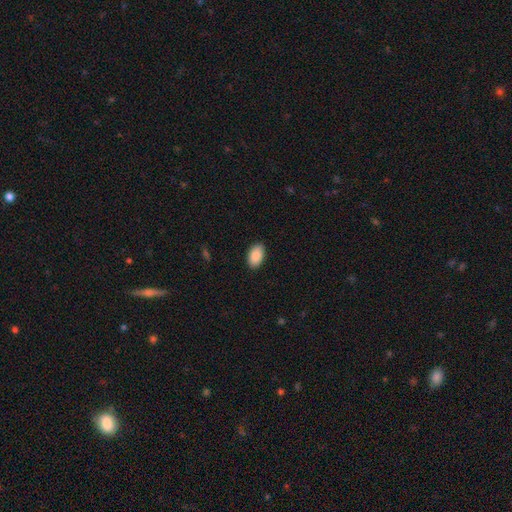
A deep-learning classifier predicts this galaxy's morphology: The model was most divided on "merging": none: 89%, minor disturbance: 8%, major disturbance: 2%, merger: 1%. More confident: how rounded — in between (94%); smooth or featured — smooth (90%).